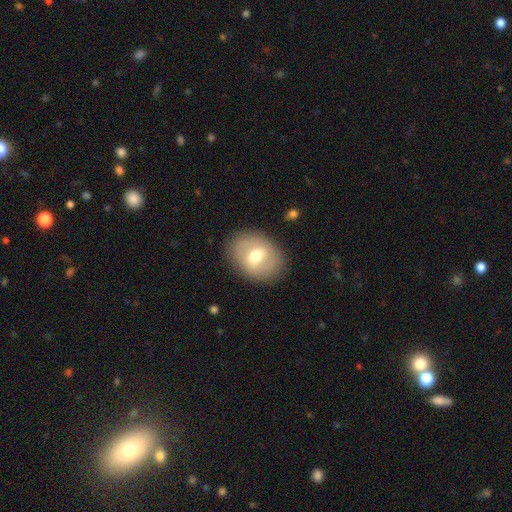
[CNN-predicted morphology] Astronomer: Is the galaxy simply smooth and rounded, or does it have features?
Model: smooth — 52% (runner-up: featured or disk, 41%).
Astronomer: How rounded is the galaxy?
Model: in between — 58% (runner-up: round, 40%).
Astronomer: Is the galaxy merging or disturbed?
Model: none — 84%.